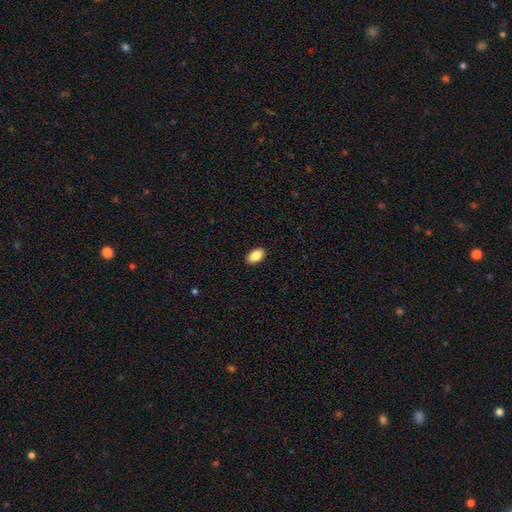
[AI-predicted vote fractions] Smooth or featured: smooth — 87% (star or artifact — 7%)
How rounded: in between — 92% (round — 6%)
Merging: none — 91% (minor disturbance — 7%)